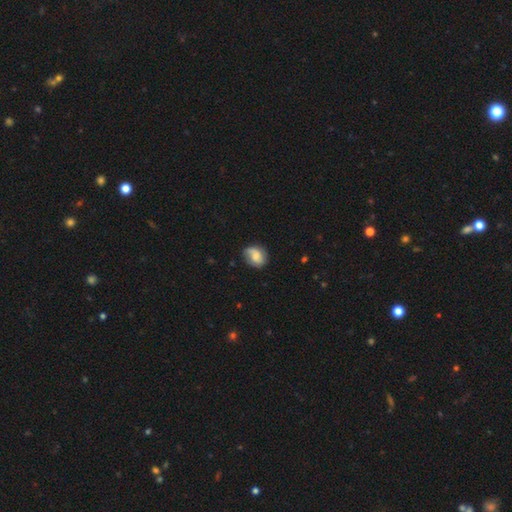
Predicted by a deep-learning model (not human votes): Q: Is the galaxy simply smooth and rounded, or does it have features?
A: smooth — 53%.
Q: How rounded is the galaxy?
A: in between — 50%.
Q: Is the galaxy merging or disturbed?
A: none — 68%.